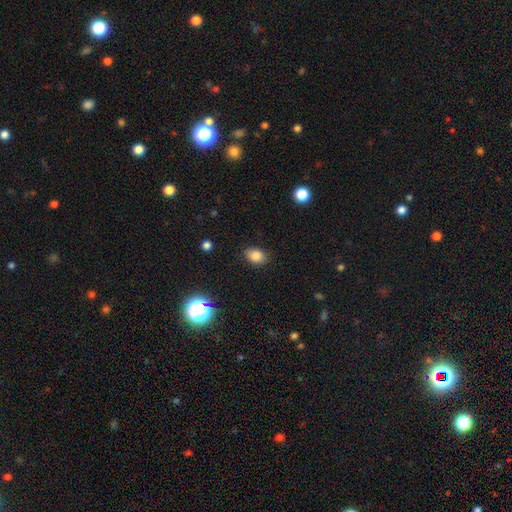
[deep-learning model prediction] Smooth or featured?
  - smooth: 83% *
  - star or artifact: 12%
  - featured or disk: 5%
How rounded?
  - in between: 76% *
  - round: 23%
  - cigar-shaped: 1%
Merging?
  - none: 85% *
  - minor disturbance: 11%
  - major disturbance: 3%
  - merger: 1%